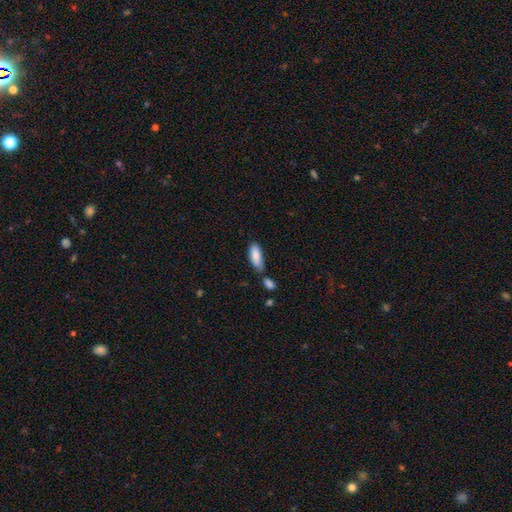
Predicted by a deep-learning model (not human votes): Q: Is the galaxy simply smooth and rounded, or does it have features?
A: smooth — 84%.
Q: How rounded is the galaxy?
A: in between — 76%.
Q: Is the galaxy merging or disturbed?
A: none — 52%.